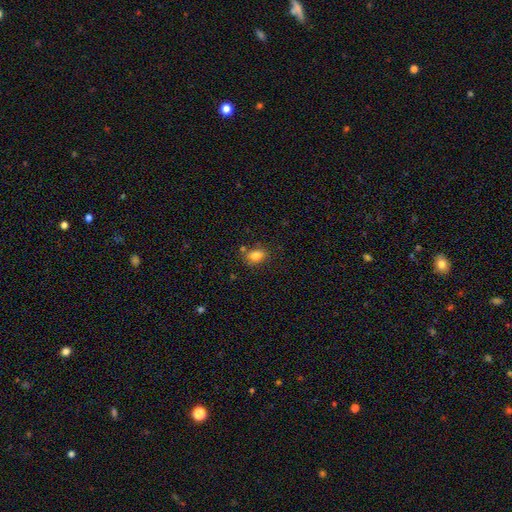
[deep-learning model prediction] smooth-or-featured: smooth: 81% | star or artifact: 10% | featured or disk: 8%
  how-rounded: in between: 71% | round: 27% | cigar-shaped: 2%
  merging: none: 73% | minor disturbance: 16% | merger: 8% | major disturbance: 4%